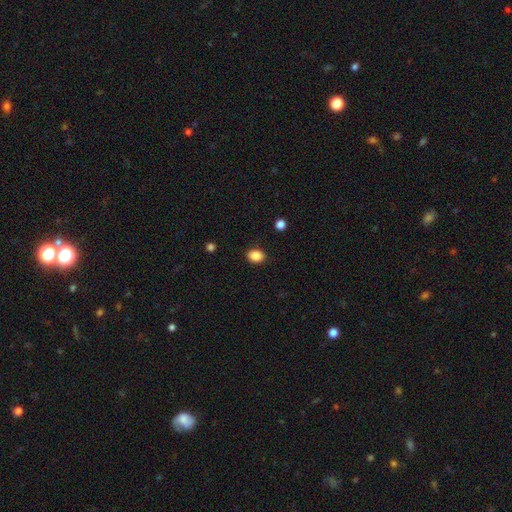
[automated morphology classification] Smooth or featured? smooth (87%)
How rounded? in between (67%)
Merging? none (89%)